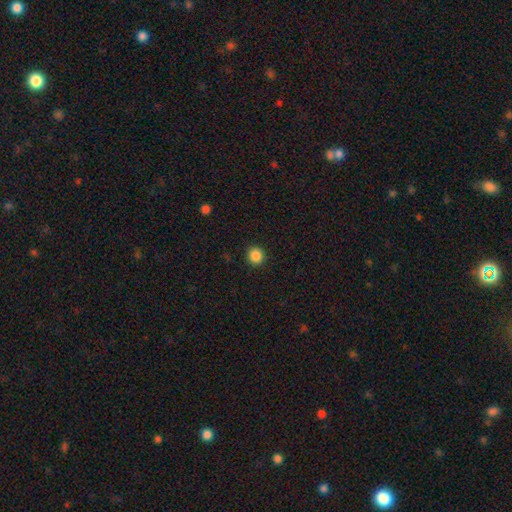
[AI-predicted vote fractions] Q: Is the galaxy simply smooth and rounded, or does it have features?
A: smooth — 86%.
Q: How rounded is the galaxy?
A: round — 91%.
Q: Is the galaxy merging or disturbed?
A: none — 92%.